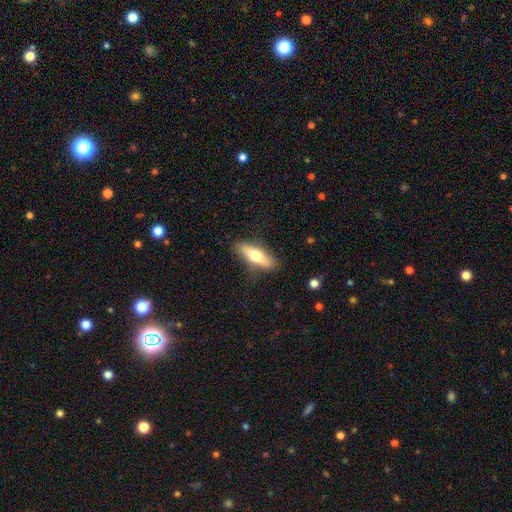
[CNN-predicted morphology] smooth_or_featured: smooth (p=0.58) [alt: featured or disk p=0.36]
how_rounded: cigar-shaped (p=0.53) [alt: in between p=0.44]
merging: none (p=0.83) [alt: minor disturbance p=0.13]